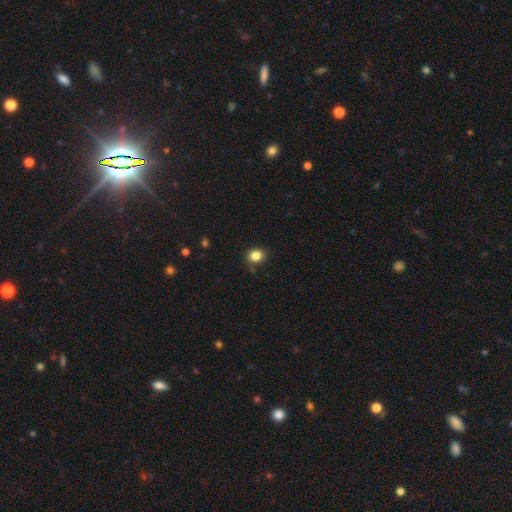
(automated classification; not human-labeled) smooth_or_featured: smooth (p=0.84) [alt: star or artifact p=0.11]
how_rounded: round (p=0.67) [alt: in between p=0.32]
merging: none (p=0.85) [alt: minor disturbance p=0.11]